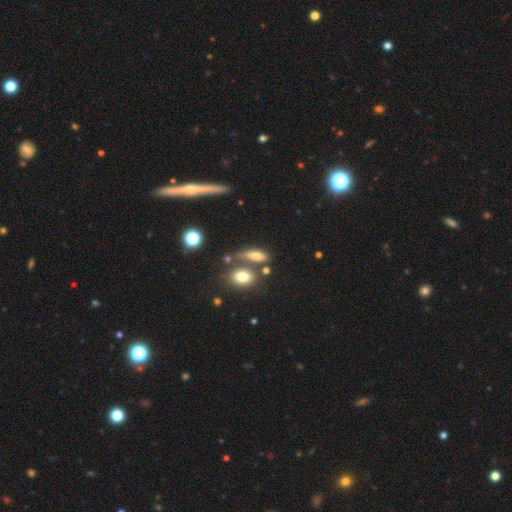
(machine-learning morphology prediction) A smooth galaxy with no disk features (67%) that is in between round and cigar-shaped (55%). Merging: none (50%).